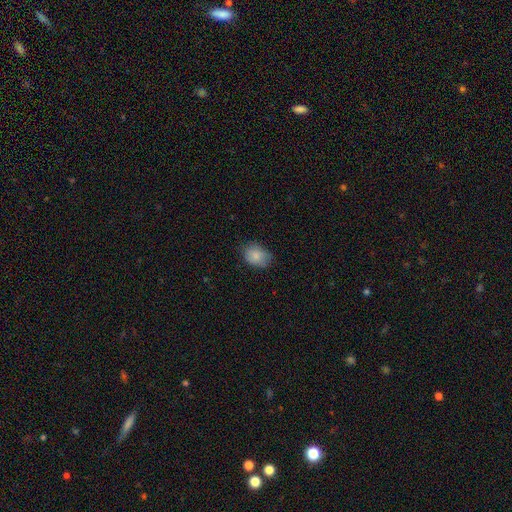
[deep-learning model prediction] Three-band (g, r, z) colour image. It shows a smooth galaxy with no disk features (85%) that is in between round and cigar-shaped (70%). Merging: none (72%).